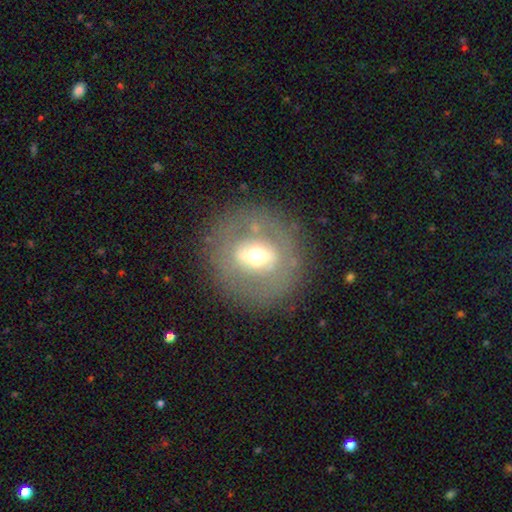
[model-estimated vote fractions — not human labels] Morphology: type=featured or disk (54%); edge-on=no (87%); merging=none (79%).